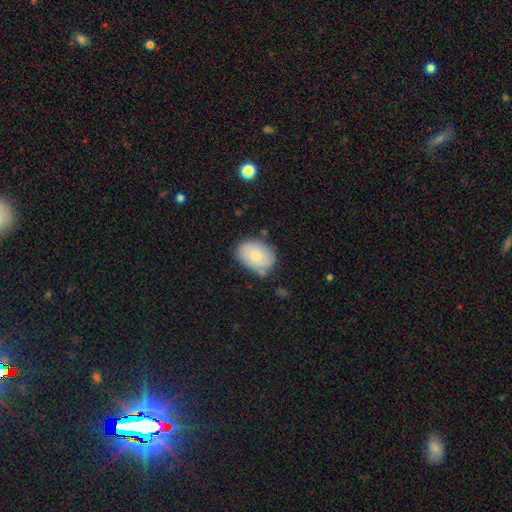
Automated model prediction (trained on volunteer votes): Q: Smooth or featured?
A: smooth (71%); runner-up: featured or disk (22%)
Q: How rounded?
A: in between (73%); runner-up: round (26%)
Q: Merging?
A: none (66%); runner-up: minor disturbance (25%)